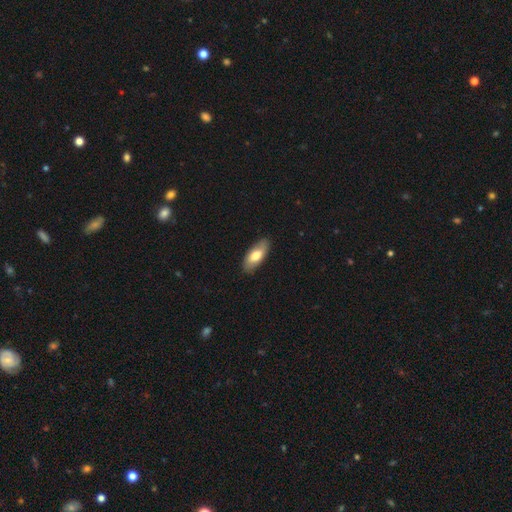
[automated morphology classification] type=smooth (71%); roundness=in between (83%); merging=none (86%).